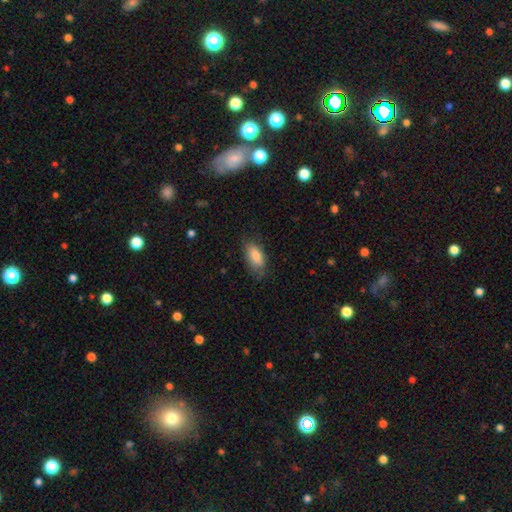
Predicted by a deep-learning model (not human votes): This appears to be a smooth galaxy with no disk features (82%) that is in between round and cigar-shaped (87%). Merging: none (72%).